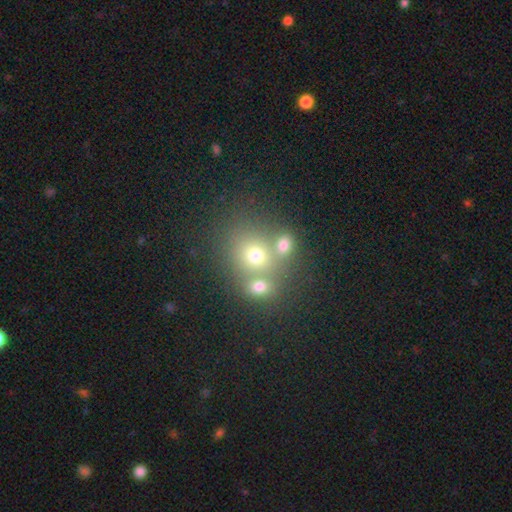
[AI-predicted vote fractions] Overall: smooth (66%). How rounded: round (73%). Merging: merger (46%; none 42%).